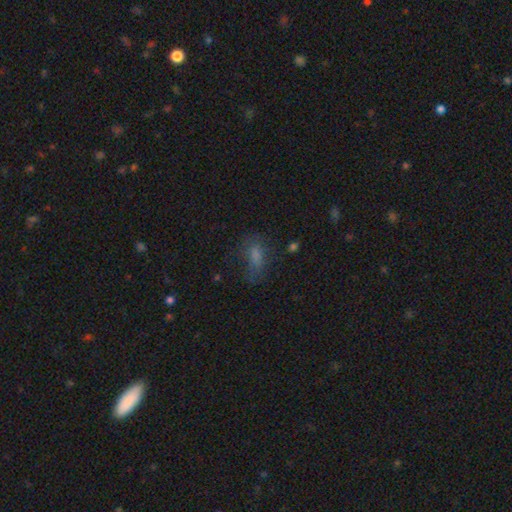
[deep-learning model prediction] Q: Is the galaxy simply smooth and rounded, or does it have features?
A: smooth — 67%.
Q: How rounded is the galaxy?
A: in between — 80%.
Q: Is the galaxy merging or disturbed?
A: none — 52%.